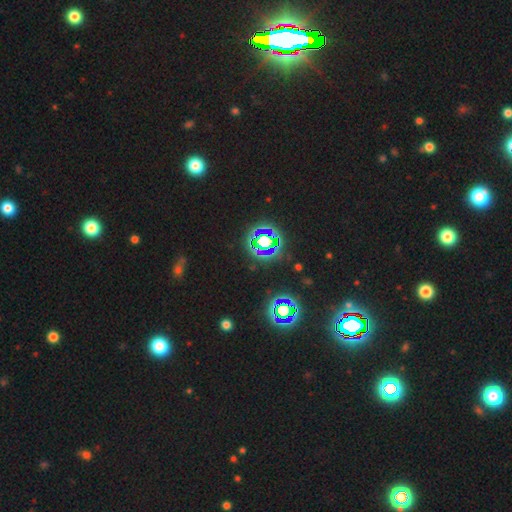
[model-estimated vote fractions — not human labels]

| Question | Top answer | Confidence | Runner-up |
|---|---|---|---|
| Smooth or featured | star or artifact | 78% | smooth (15%) |